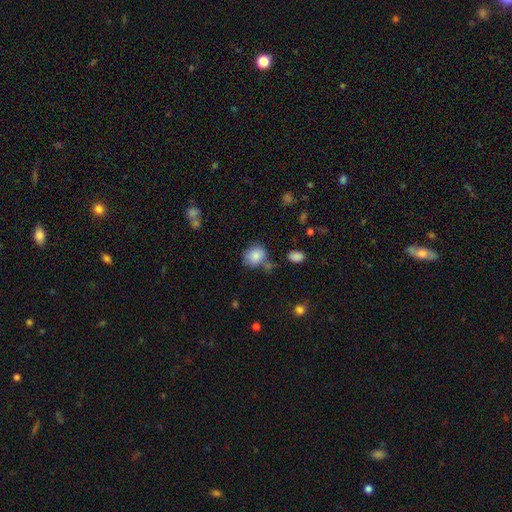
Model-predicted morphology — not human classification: Smooth or featured? Predicted: smooth (p=0.84). How rounded? Predicted: round (p=0.60). Merging? Predicted: none (p=0.64).